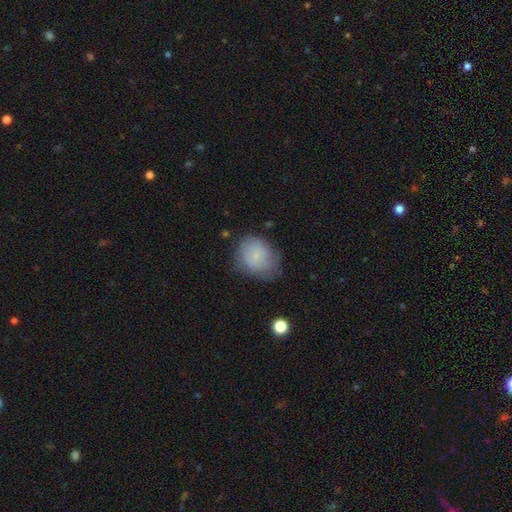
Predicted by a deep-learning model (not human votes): Morphology: type=smooth (70%); roundness=round (53%); merging=none (58%).